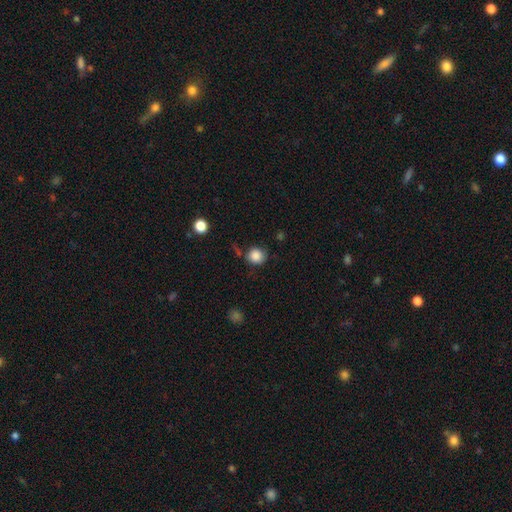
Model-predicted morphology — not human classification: Smooth or featured: smooth — 86% (star or artifact — 10%)
How rounded: round — 88% (in between — 11%)
Merging: none — 71% (minor disturbance — 18%)